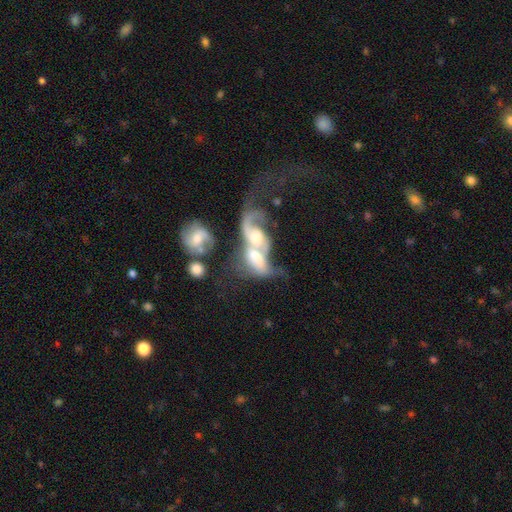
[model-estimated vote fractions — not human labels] Overall: featured or disk (68%). Edge-on disk: no (93%). Bar: no (55%; weak 30%). Spiral arms: yes (73%). Bulge size: moderate (48%; large 21%). Merging: merger (74%).